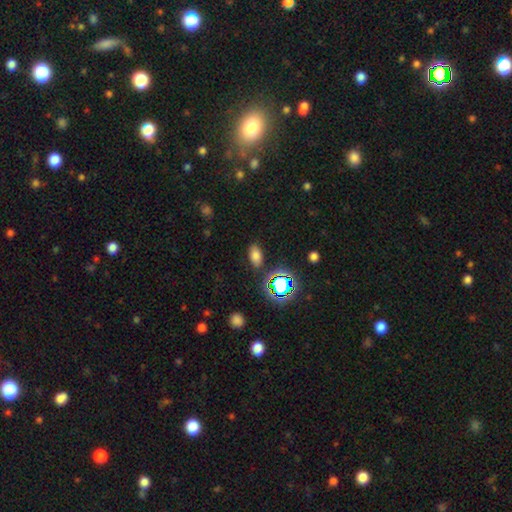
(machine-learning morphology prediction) smooth-or-featured: smooth: 72% | star or artifact: 21% | featured or disk: 8%
  how-rounded: in between: 89% | round: 7% | cigar-shaped: 4%
  merging: none: 84% | minor disturbance: 10% | major disturbance: 3% | merger: 2%